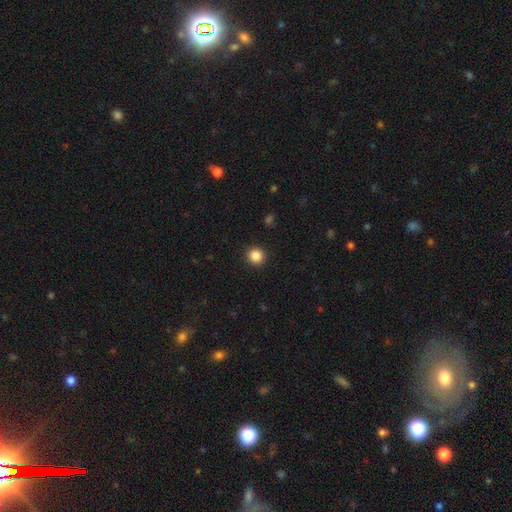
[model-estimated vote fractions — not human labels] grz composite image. It shows a smooth galaxy with no disk features (86%) that is round (91%). Merging: none (92%).